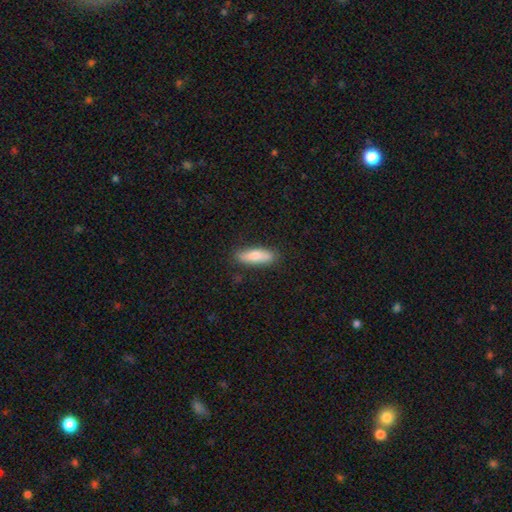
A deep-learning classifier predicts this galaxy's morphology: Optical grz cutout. It shows a smooth galaxy with no disk features (80%) that is cigar-shaped (51%). Merging: none (84%).